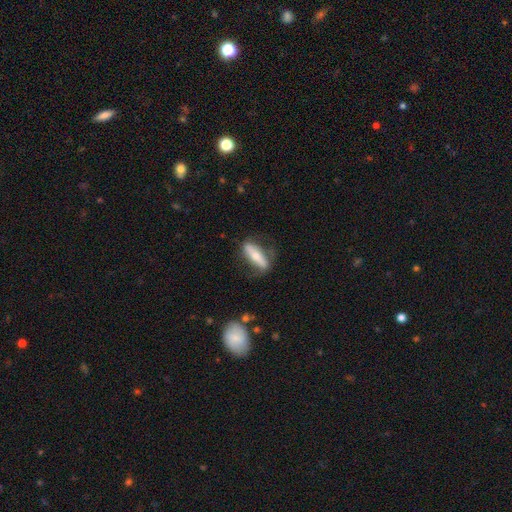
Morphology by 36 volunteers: Q: Smooth or featured?
A: featured or disk (50%); runner-up: smooth (42%)
Q: Edge-on disk?
A: yes (56%); runner-up: no (44%)
Q: Edge-on bulge?
A: rounded (100%)
Q: Merging?
A: none (52%); runner-up: minor disturbance (36%)